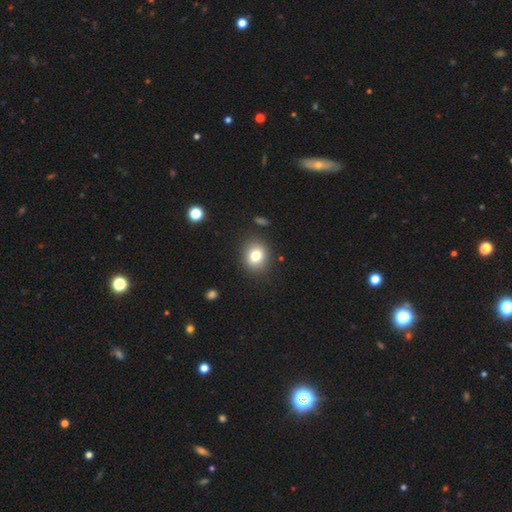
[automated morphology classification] smooth_or_featured: smooth (p=0.79) [alt: star or artifact p=0.11]
how_rounded: round (p=0.66) [alt: in between p=0.33]
merging: none (p=0.87) [alt: minor disturbance p=0.08]